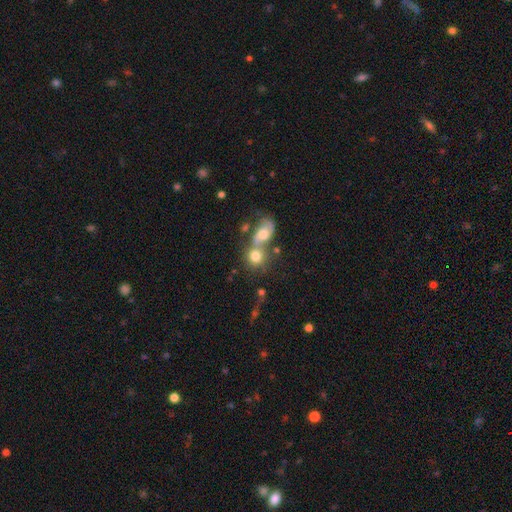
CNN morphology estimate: A smooth galaxy with no disk features (70%) that is round (68%). Merging: merger (57%).